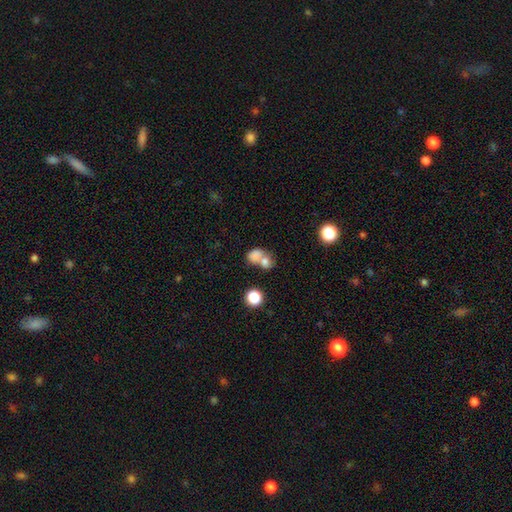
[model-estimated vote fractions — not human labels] This is likely a smooth galaxy (75%). How rounded: possibly in between (51%). Merging: likely merger (64%).